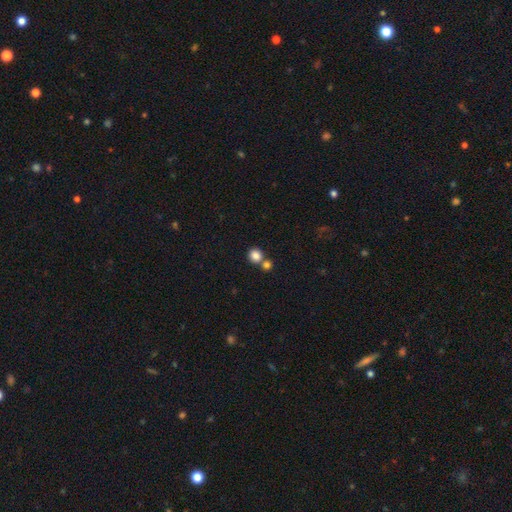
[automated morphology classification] smooth-or-featured: smooth: 84% | star or artifact: 10% | featured or disk: 6%
  how-rounded: round: 88% | in between: 11% | cigar-shaped: 1%
  merging: none: 58% | merger: 33% | minor disturbance: 6% | major disturbance: 2%